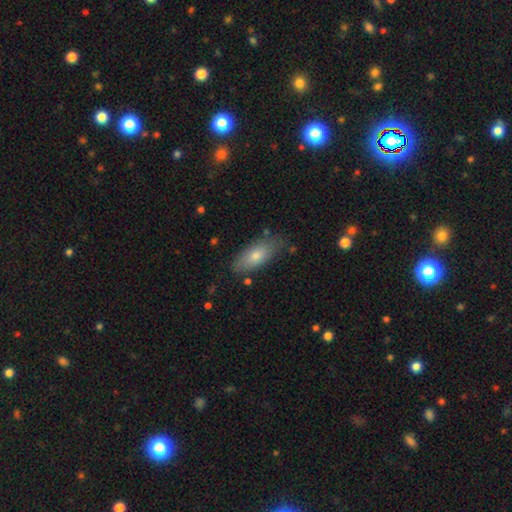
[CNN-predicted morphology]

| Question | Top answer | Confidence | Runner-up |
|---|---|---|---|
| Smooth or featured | smooth | 74% | featured or disk (19%) |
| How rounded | in between | 81% | cigar-shaped (17%) |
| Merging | none | 77% | minor disturbance (17%) |